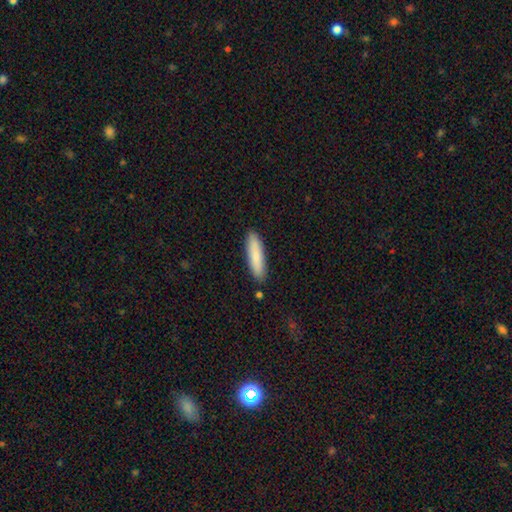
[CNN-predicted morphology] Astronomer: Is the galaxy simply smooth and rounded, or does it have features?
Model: smooth — 83%.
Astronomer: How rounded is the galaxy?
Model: cigar-shaped — 74%.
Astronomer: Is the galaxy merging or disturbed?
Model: none — 89%.